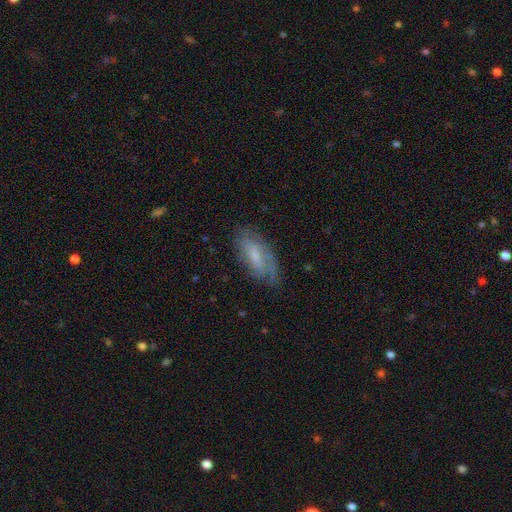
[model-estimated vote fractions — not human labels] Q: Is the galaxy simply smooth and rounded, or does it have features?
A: featured or disk — 49%.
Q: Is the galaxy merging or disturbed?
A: none — 63%.